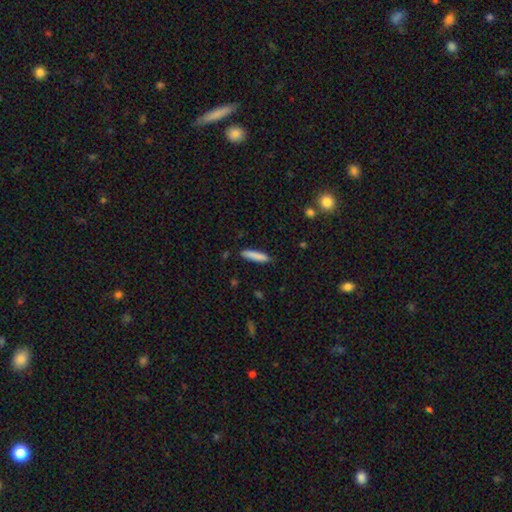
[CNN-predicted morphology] Overall: smooth (85%). How rounded: cigar-shaped (85%). Merging: none (87%).